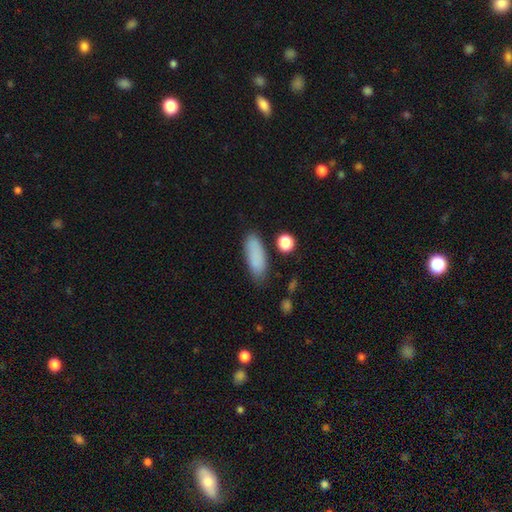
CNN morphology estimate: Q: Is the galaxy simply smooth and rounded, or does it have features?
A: smooth — 85%.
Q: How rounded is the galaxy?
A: in between — 62%.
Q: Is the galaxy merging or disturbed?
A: none — 77%.